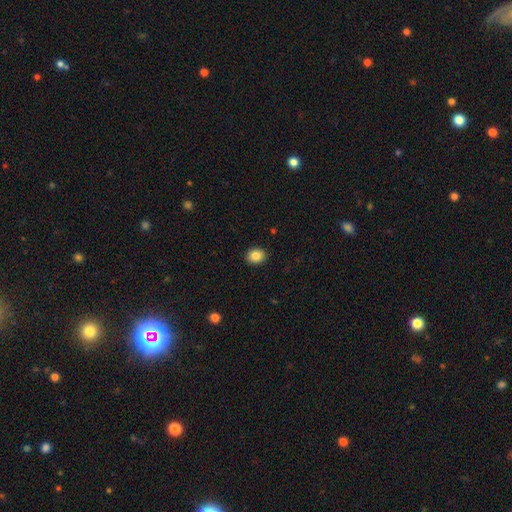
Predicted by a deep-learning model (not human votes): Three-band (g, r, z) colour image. It shows a smooth galaxy with no disk features (86%) that is round (50%). Merging: none (91%).